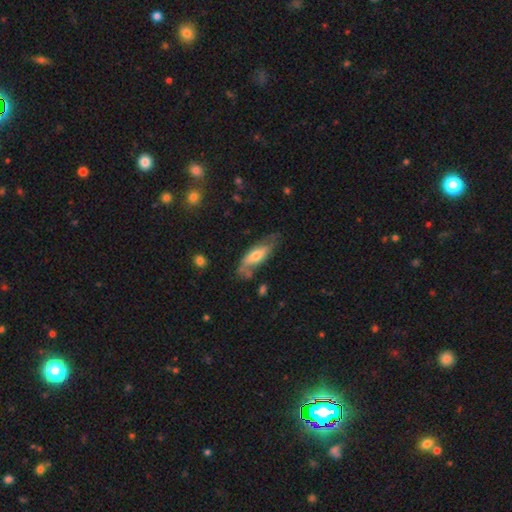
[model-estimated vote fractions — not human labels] Smooth or featured: smooth — 58% (featured or disk — 36%)
How rounded: in between — 60% (cigar-shaped — 38%)
Merging: none — 52% (minor disturbance — 30%)